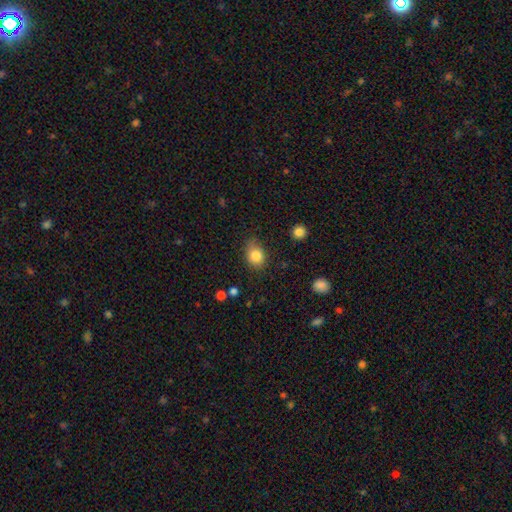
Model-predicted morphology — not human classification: Q: Smooth or featured?
A: smooth (83%); runner-up: star or artifact (10%)
Q: How rounded?
A: in between (58%); runner-up: round (41%)
Q: Merging?
A: none (68%); runner-up: minor disturbance (25%)